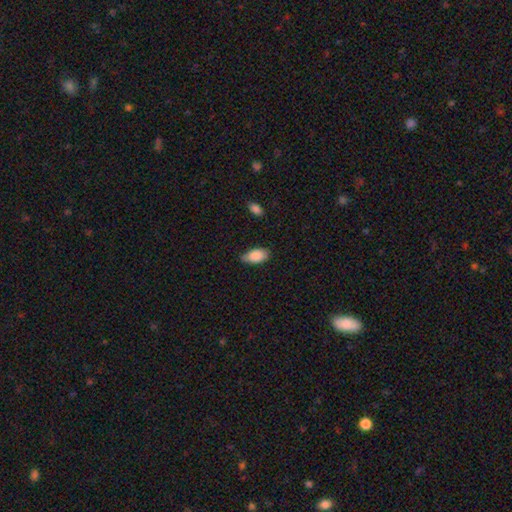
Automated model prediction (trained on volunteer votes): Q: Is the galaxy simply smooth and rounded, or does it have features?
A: smooth — 87%.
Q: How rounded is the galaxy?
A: in between — 94%.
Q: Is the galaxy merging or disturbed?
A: none — 68%.